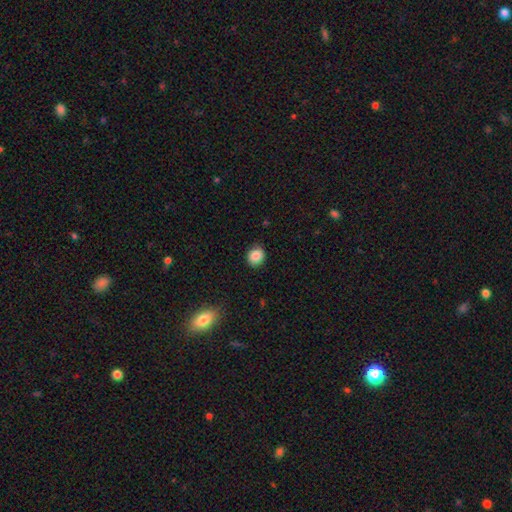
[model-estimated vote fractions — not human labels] Morphology: type=smooth (87%); roundness=round (74%); merging=none (88%).